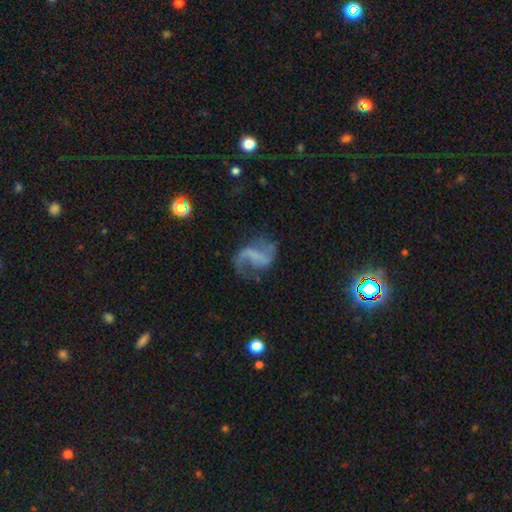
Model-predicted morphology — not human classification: This is likely a featured or disk galaxy (76%). It is clearly not viewed edge-on (98%). Bar: marginally weak (38%). Spiral arm pattern: clearly yes (88%). Spiral arm count: likely 2 (77%). Spiral winding: likely loose (66%). Central bulge: likely none (71%). Merging: possibly none (55%).